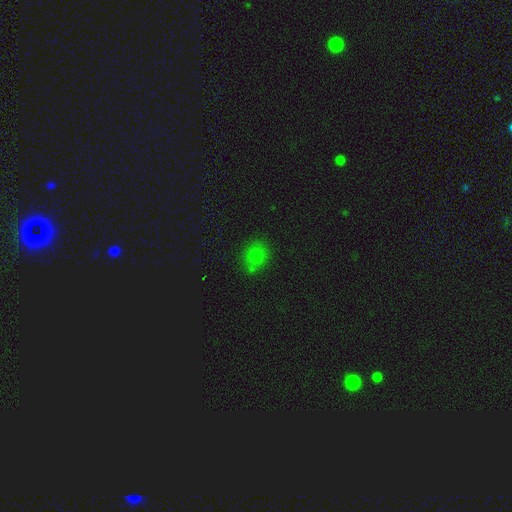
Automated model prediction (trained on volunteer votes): Morphology: type=smooth (71%); roundness=round (67%); merging=none (74%).